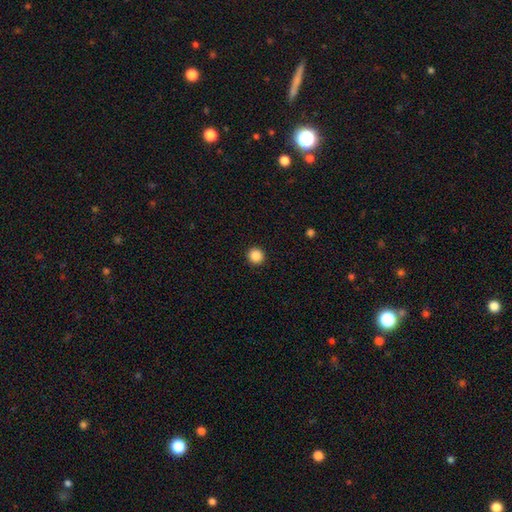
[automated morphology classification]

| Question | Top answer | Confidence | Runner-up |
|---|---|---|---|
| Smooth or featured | smooth | 87% | star or artifact (10%) |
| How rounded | round | 95% | in between (4%) |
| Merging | none | 93% | minor disturbance (4%) |